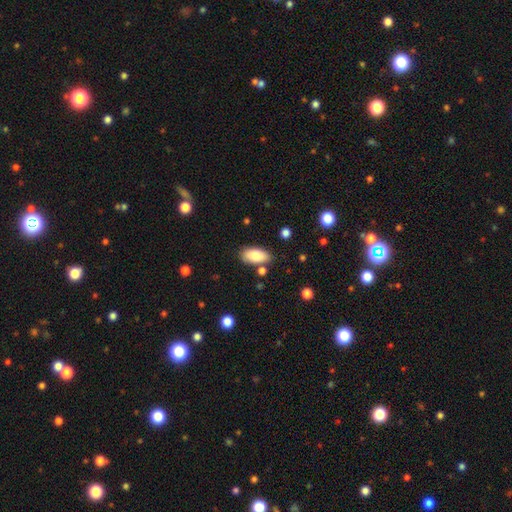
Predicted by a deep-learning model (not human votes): smooth_or_featured: smooth (p=0.84) [alt: featured or disk p=0.09]
how_rounded: in between (p=0.92) [alt: cigar-shaped p=0.05]
merging: none (p=0.78) [alt: minor disturbance p=0.13]